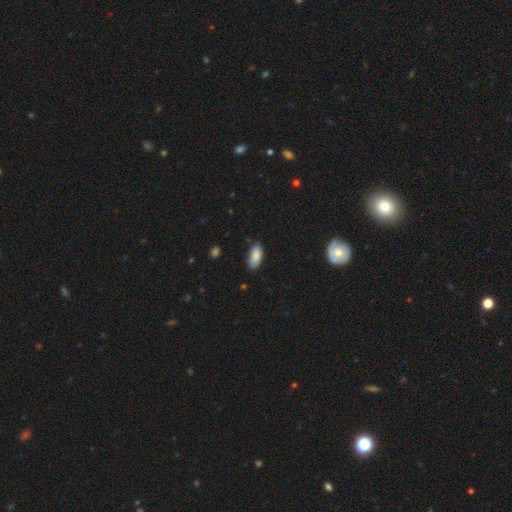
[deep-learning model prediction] A smooth galaxy with no disk features (87%) that is in between round and cigar-shaped (91%). Merging: none (77%).